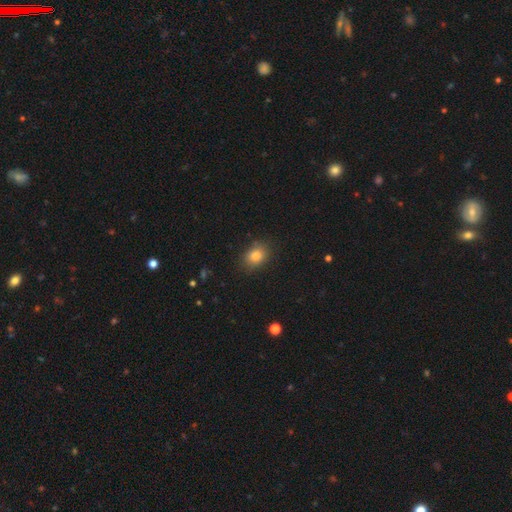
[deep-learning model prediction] smooth 83%, star or artifact 10%, featured or disk 7%. Down the decision tree: how rounded — in between (60%); merging — none (82%).